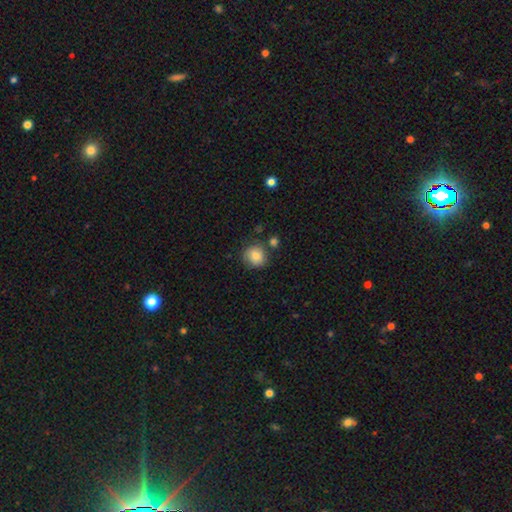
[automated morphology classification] smooth_or_featured: smooth (p=0.83) [alt: star or artifact p=0.09]
how_rounded: round (p=0.85) [alt: in between p=0.14]
merging: none (p=0.75) [alt: minor disturbance p=0.14]